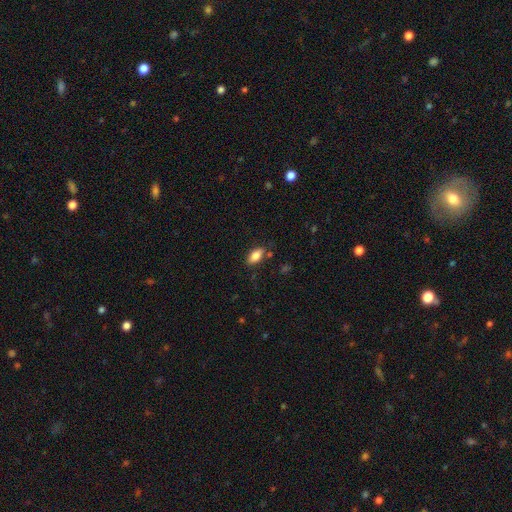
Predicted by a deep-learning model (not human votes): A smooth galaxy with no disk features (83%) that is in between round and cigar-shaped (90%).

Vote fractions:
- Smooth or featured? smooth: 83% / featured or disk: 9% / star or artifact: 8%
- How rounded? in between: 90% / cigar-shaped: 7% / round: 3%
- Merging? none: 80% / minor disturbance: 13% / merger: 3% / major disturbance: 3%